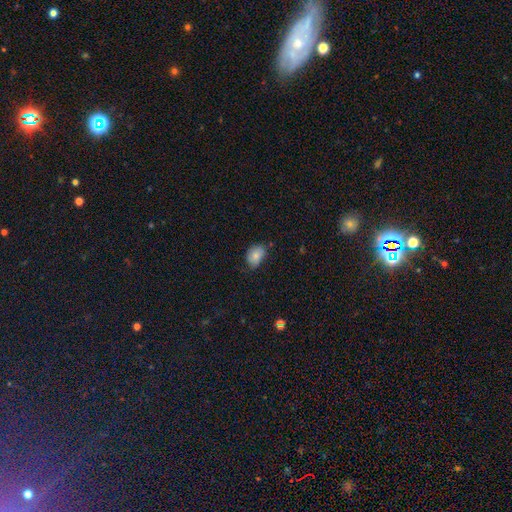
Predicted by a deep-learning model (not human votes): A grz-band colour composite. It shows a smooth galaxy with no disk features (79%) that is in between round and cigar-shaped (71%). Merging: none (62%).